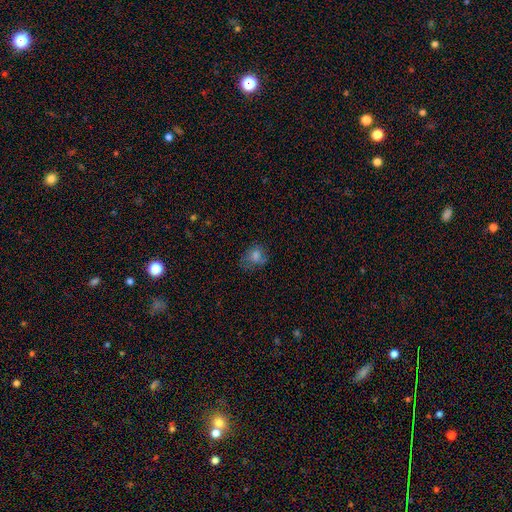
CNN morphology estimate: smooth 69%, featured or disk 16%, star or artifact 15%. Down the decision tree: how rounded — round (59%); merging — none (58%).